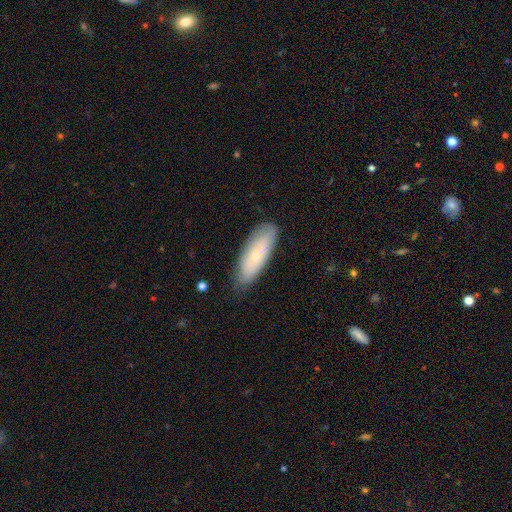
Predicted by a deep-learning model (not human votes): Smooth or featured?
  - smooth: 58% *
  - featured or disk: 35%
  - star or artifact: 7%
How rounded?
  - in between: 66% *
  - cigar-shaped: 32%
  - round: 2%
Merging?
  - none: 79% *
  - minor disturbance: 17%
  - major disturbance: 3%
  - merger: 1%